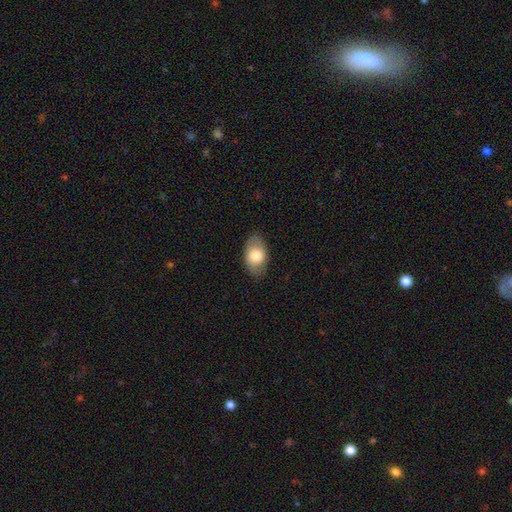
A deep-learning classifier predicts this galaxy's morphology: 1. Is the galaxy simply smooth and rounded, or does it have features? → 73% smooth, 21% featured or disk, 6% star or artifact.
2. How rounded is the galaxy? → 90% in between, 8% round, 1% cigar-shaped.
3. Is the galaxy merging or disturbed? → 82% none, 13% minor disturbance, 3% major disturbance, 1% merger.